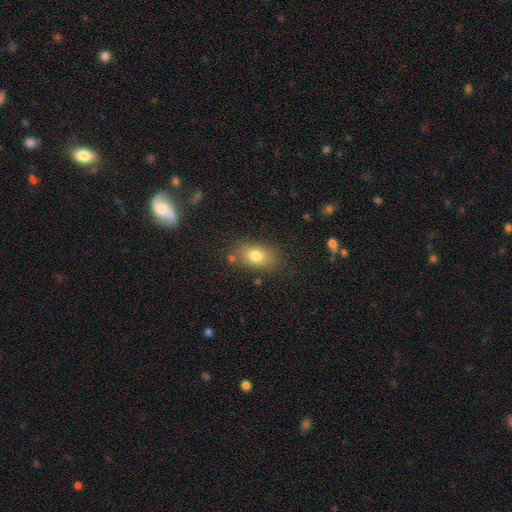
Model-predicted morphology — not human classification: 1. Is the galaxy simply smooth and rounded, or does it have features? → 78% smooth, 13% featured or disk, 10% star or artifact.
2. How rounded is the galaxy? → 83% in between, 13% round, 3% cigar-shaped.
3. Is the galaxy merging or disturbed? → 78% none, 14% minor disturbance, 4% major disturbance, 4% merger.